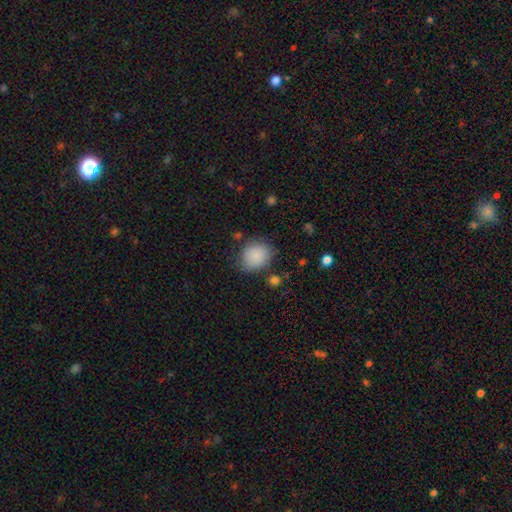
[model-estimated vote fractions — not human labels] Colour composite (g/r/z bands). It shows a smooth galaxy with no disk features (86%) that is round (71%). Merging: none (72%).